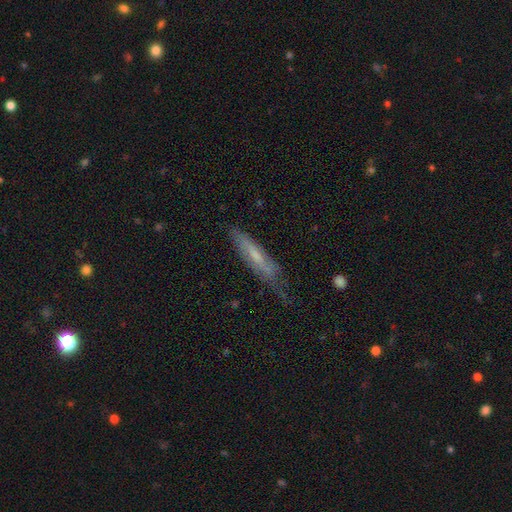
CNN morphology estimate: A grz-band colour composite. It shows a featured or disk galaxy (50%) viewed edge-on (63%). Merging: none (58%).